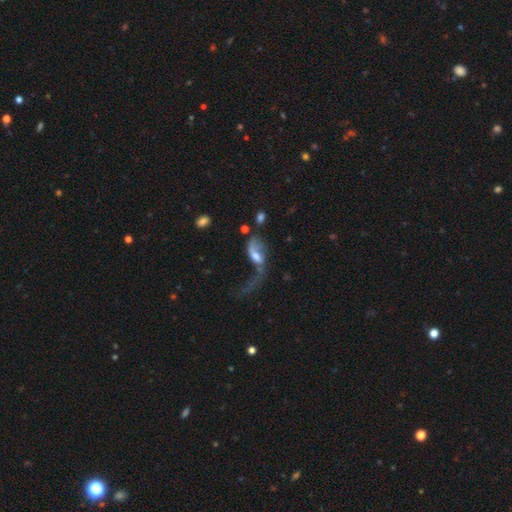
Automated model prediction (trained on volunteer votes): Smooth or featured: featured or disk — 55% (smooth — 36%)
Edge-on disk: no — 91% (yes — 9%)
Merging: major disturbance — 56% (none — 17%)